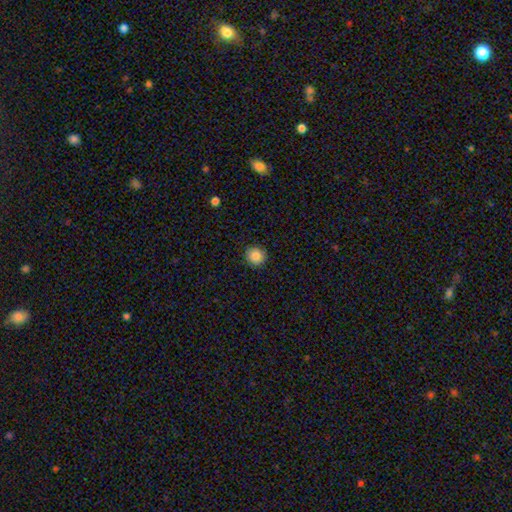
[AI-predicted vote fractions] Smooth or featured: smooth — 86% (star or artifact — 9%)
How rounded: round — 92% (in between — 7%)
Merging: none — 91% (minor disturbance — 6%)